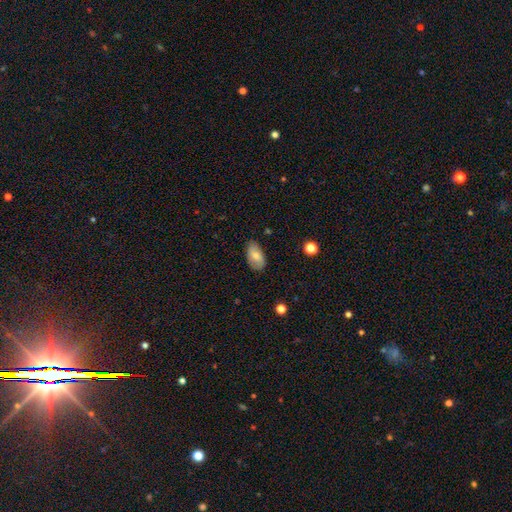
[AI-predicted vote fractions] This is likely a smooth galaxy (73%). How rounded: clearly in between (93%). Merging: likely none (77%).